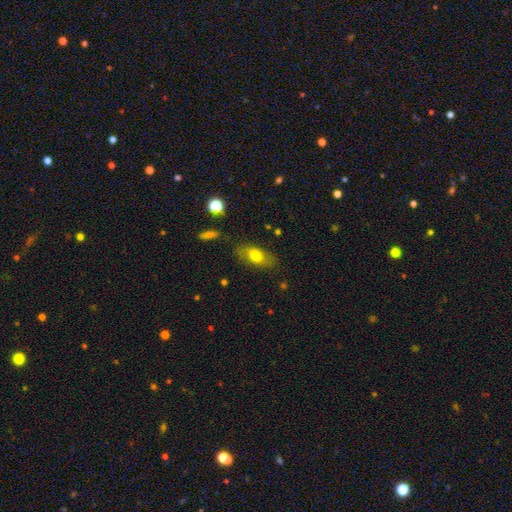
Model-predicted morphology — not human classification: A smooth galaxy with no disk features (71%) that is in between round and cigar-shaped (84%).

Vote fractions:
- Smooth or featured? smooth: 71% / featured or disk: 21% / star or artifact: 9%
- How rounded? in between: 84% / cigar-shaped: 8% / round: 8%
- Merging? none: 78% / minor disturbance: 15% / major disturbance: 5% / merger: 2%